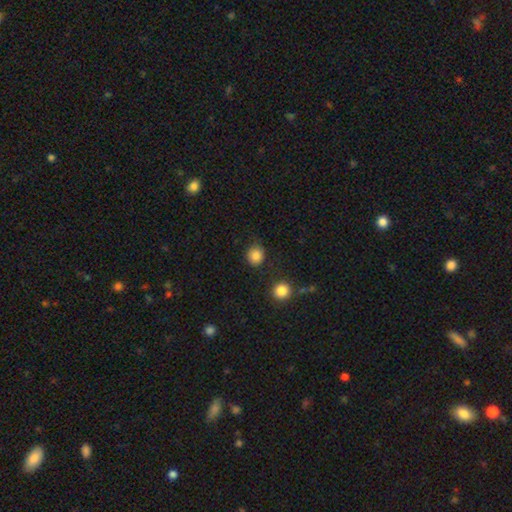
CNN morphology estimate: This is clearly a smooth galaxy (85%). How rounded: clearly round (84%). Merging: clearly none (81%).